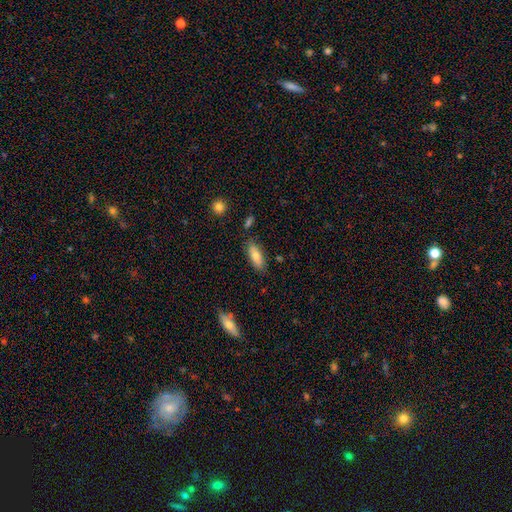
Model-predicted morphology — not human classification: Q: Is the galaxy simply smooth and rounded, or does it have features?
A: smooth — 76%.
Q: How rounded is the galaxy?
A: in between — 77%.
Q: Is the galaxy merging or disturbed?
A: none — 79%.